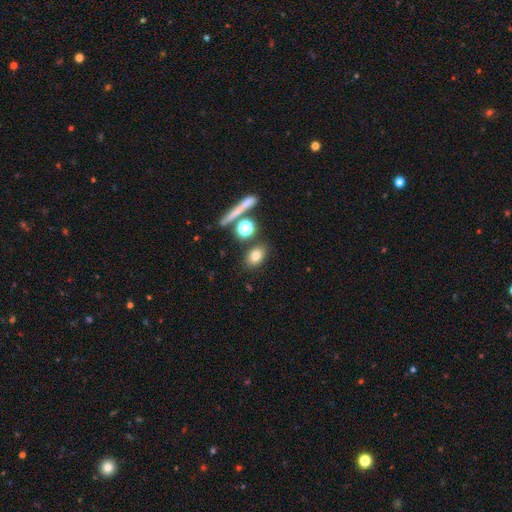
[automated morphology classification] This appears to be a smooth galaxy with no disk features (76%) that is in between round and cigar-shaped (65%). Merging: none (79%).